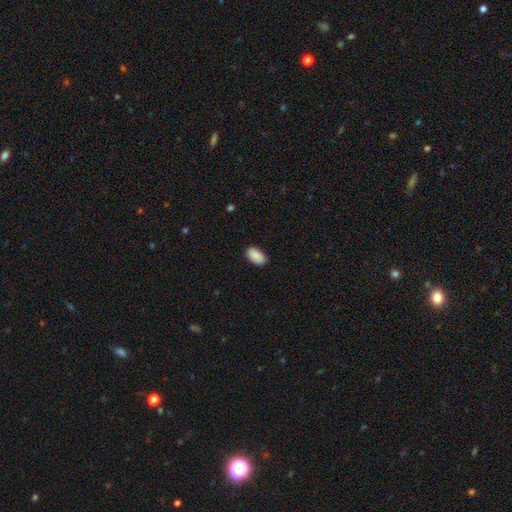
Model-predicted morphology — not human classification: A smooth galaxy with no disk features (90%) that is in between round and cigar-shaped (95%). Merging: none (86%).